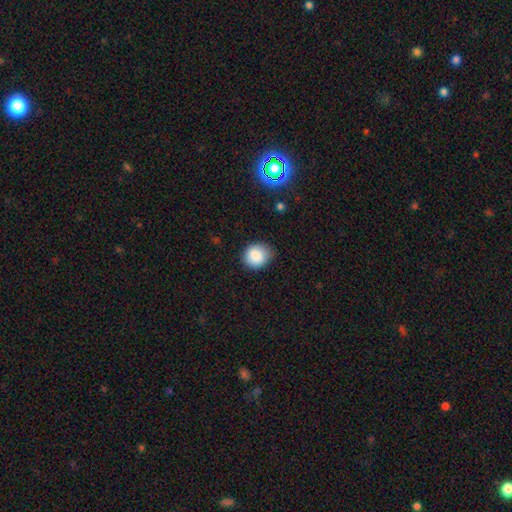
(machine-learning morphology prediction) Smooth or featured? smooth (87%)
How rounded? round (78%)
Merging? none (77%)